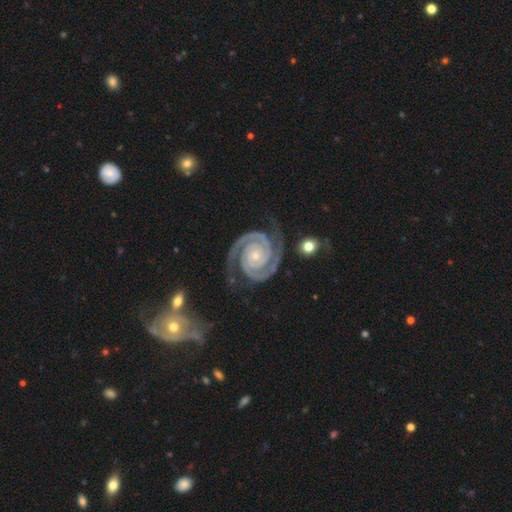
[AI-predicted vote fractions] The model was most divided on "bulge size": small: 76%, moderate: 19%, none: 2%, large: 1%, dominant: 1%. More confident: spiral arms — yes (99%); edge-on disk — no (98%); smooth or featured — featured or disk (94%); spiral arm count — 2 (93%); spiral winding — tight (81%); merging — none (79%); bar — no (76%).